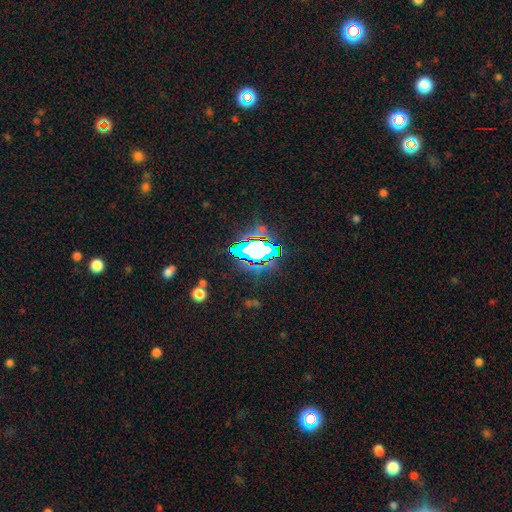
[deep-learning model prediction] Smooth or featured? star or artifact (69%)